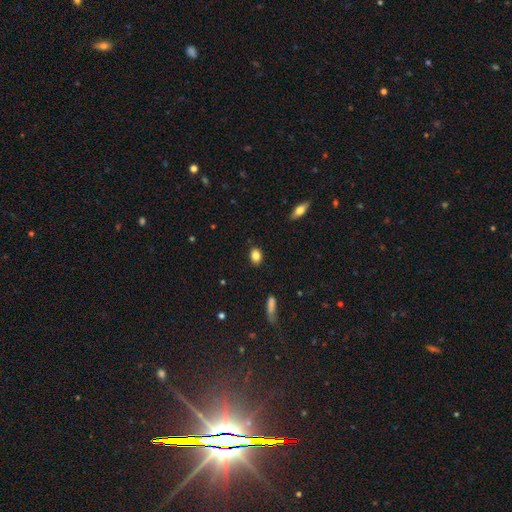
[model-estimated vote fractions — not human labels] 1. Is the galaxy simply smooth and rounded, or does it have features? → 85% smooth, 8% star or artifact, 6% featured or disk.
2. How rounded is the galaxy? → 63% in between, 35% round, 2% cigar-shaped.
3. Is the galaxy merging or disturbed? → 86% none, 10% minor disturbance, 2% major disturbance, 1% merger.